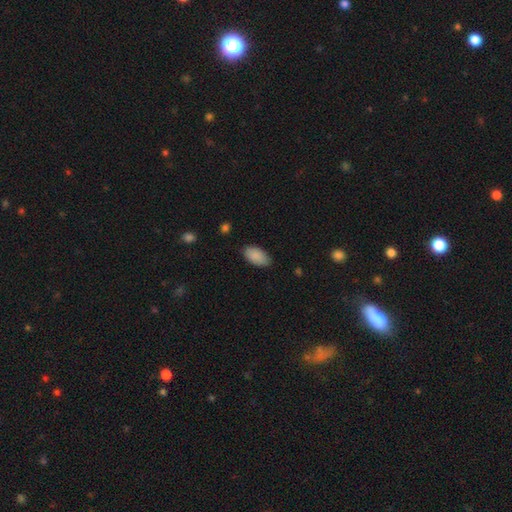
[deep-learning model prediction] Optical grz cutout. It shows a smooth galaxy with no disk features (90%) that is in between round and cigar-shaped (95%). Merging: none (83%).